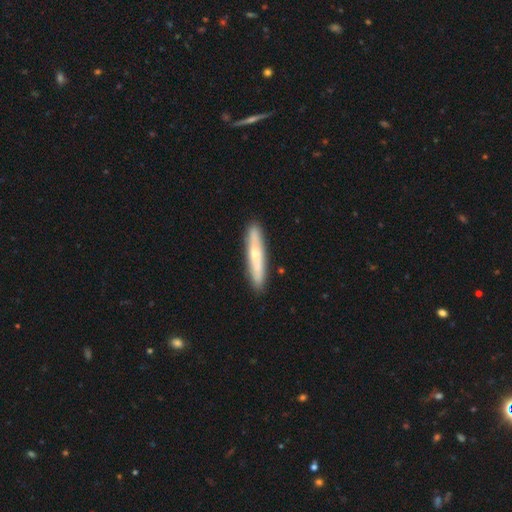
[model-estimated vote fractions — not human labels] A smooth galaxy with no disk features (48%).

Vote fractions:
- Smooth or featured? smooth: 48% / featured or disk: 47% / star or artifact: 5%
- Merging? none: 90% / minor disturbance: 7% / major disturbance: 1% / merger: 1%